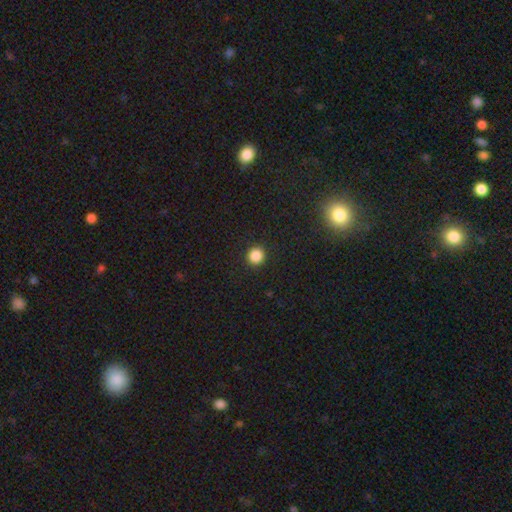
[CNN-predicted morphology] Overall: smooth (86%). How rounded: round (93%). Merging: none (92%).